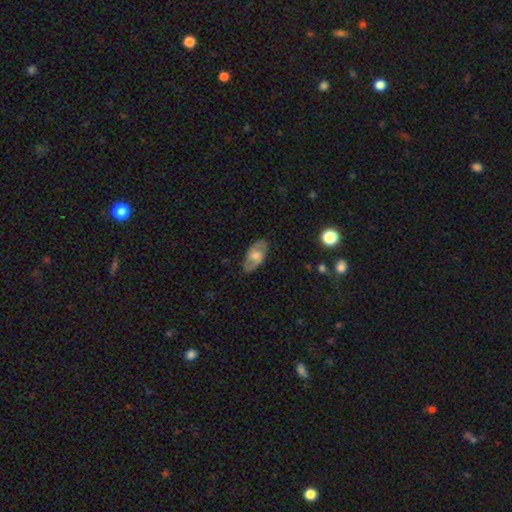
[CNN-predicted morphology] This is possibly a featured or disk galaxy (51%). It is clearly not viewed edge-on (88%). Merging: likely none (79%).